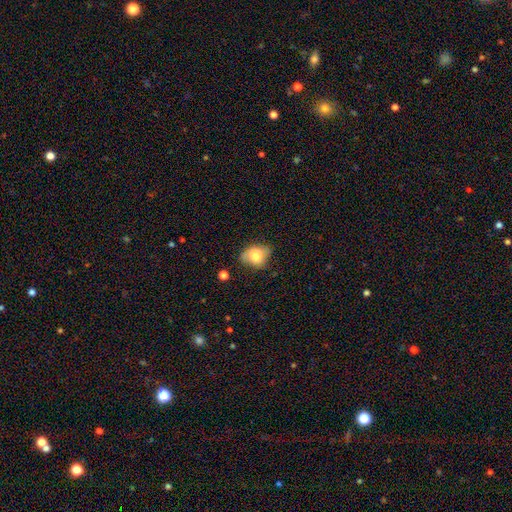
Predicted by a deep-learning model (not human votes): Morphology: type=smooth (76%); roundness=in between (61%); merging=none (55%).